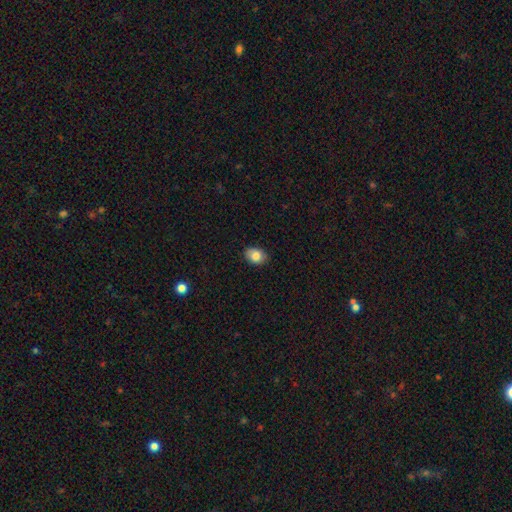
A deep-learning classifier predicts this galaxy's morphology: This is clearly a smooth galaxy (83%). How rounded: likely in between (74%). Merging: clearly none (85%).